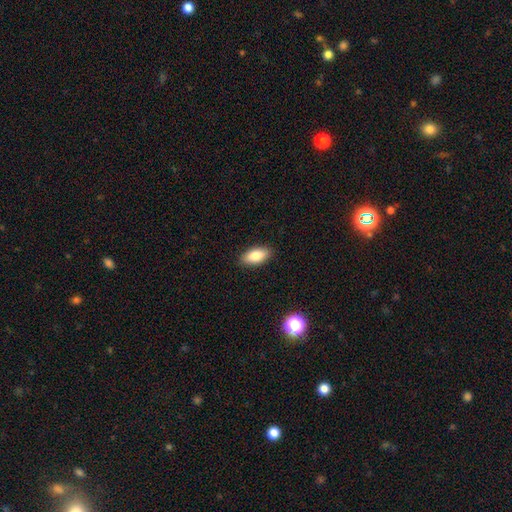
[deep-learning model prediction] Smooth or featured?
  - smooth: 83% *
  - featured or disk: 10%
  - star or artifact: 7%
How rounded?
  - in between: 90% *
  - cigar-shaped: 7%
  - round: 3%
Merging?
  - none: 89% *
  - minor disturbance: 8%
  - major disturbance: 2%
  - merger: 1%